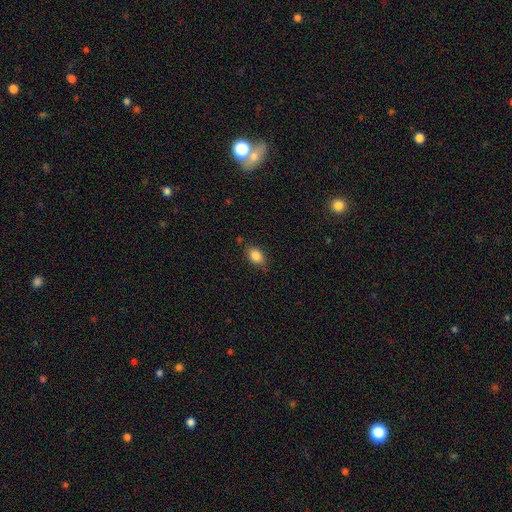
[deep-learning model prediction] A smooth galaxy with no disk features (86%) that is in between round and cigar-shaped (79%).

Vote fractions:
- Smooth or featured? smooth: 86% / star or artifact: 9% / featured or disk: 6%
- How rounded? in between: 79% / round: 19% / cigar-shaped: 2%
- Merging? none: 78% / minor disturbance: 17% / major disturbance: 3% / merger: 2%